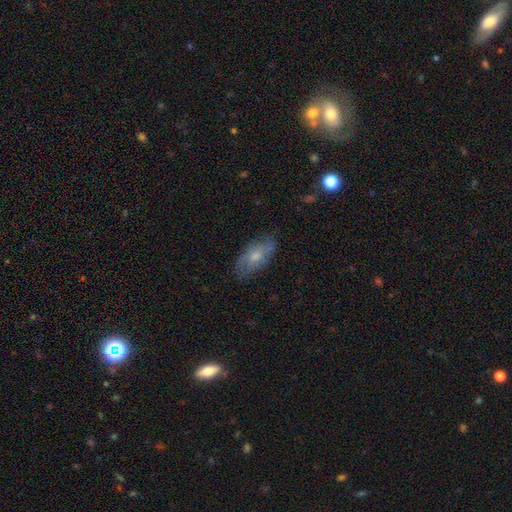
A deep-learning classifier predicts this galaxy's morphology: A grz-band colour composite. It shows a smooth galaxy with no disk features (60%) that is in between round and cigar-shaped (88%). Merging: none (75%).